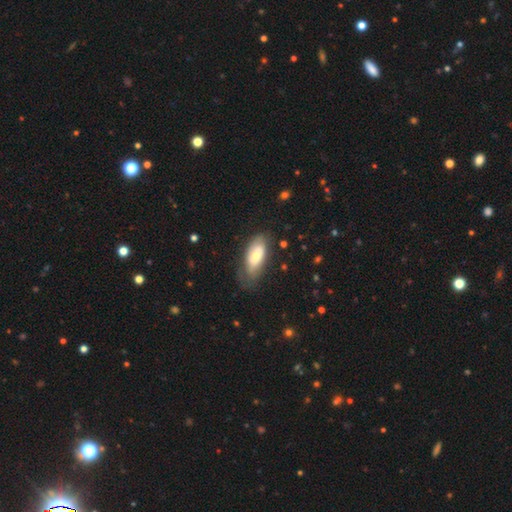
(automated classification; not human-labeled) This appears to be a smooth galaxy with no disk features (57%) that is in between round and cigar-shaped (85%). Merging: none (56%).